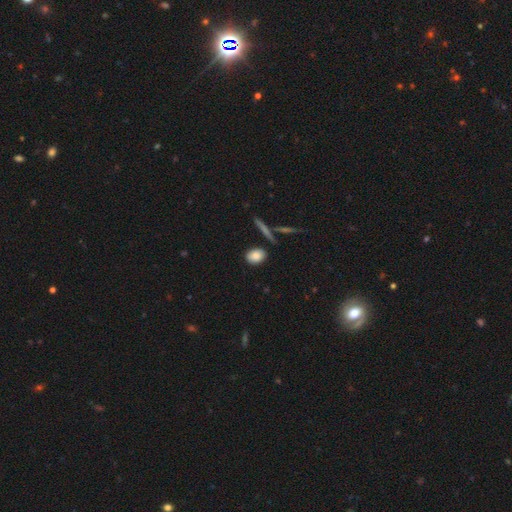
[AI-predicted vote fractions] smooth-or-featured: smooth: 85% | star or artifact: 8% | featured or disk: 7%
  how-rounded: in between: 65% | round: 31% | cigar-shaped: 4%
  merging: none: 80% | minor disturbance: 12% | merger: 5% | major disturbance: 3%